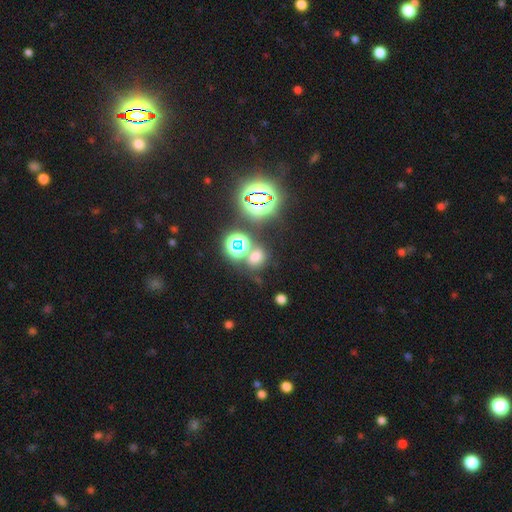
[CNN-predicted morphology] Smooth or featured: smooth — 52% (star or artifact — 39%)
How rounded: round — 55% (in between — 43%)
Merging: none — 59% (merger — 21%)